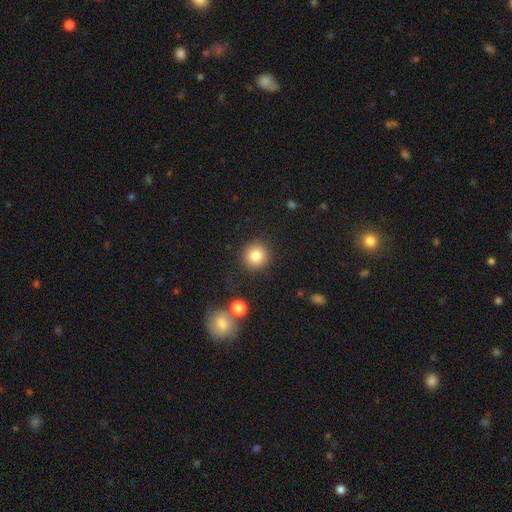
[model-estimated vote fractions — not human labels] Smooth or featured? Predicted: smooth (p=0.82). How rounded? Predicted: round (p=0.93). Merging? Predicted: none (p=0.88).